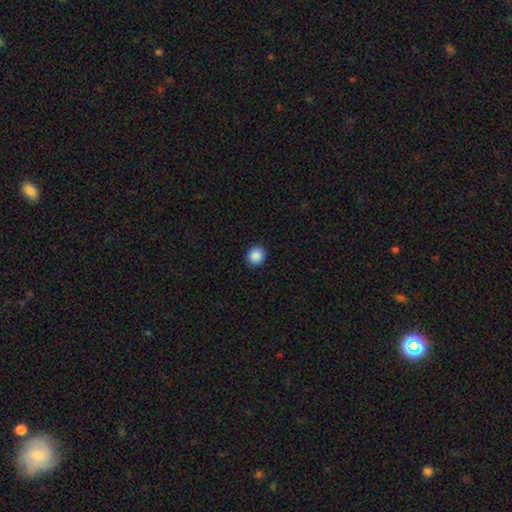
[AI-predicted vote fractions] Smooth or featured? Predicted: smooth (p=0.89). How rounded? Predicted: round (p=0.82). Merging? Predicted: none (p=0.91).